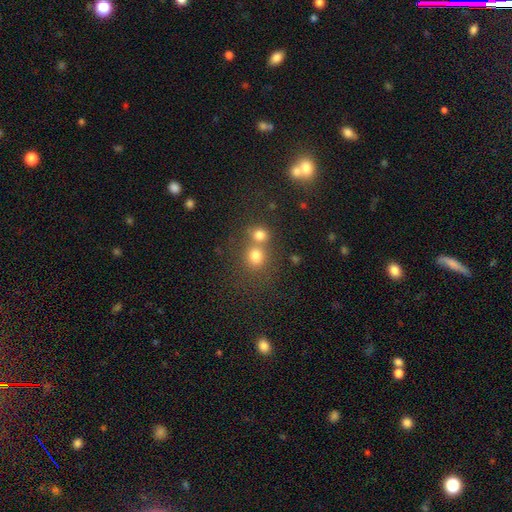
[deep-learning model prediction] Q: Smooth or featured?
A: smooth (75%); runner-up: star or artifact (16%)
Q: How rounded?
A: round (83%); runner-up: in between (16%)
Q: Merging?
A: none (47%); runner-up: merger (43%)